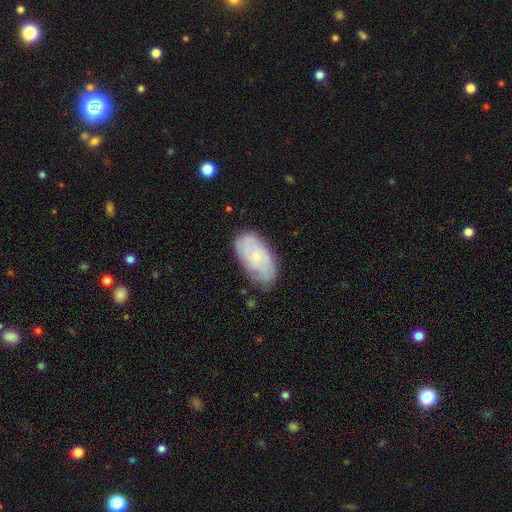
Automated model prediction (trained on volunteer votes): A featured or disk galaxy (53%). Merging: none (73%).